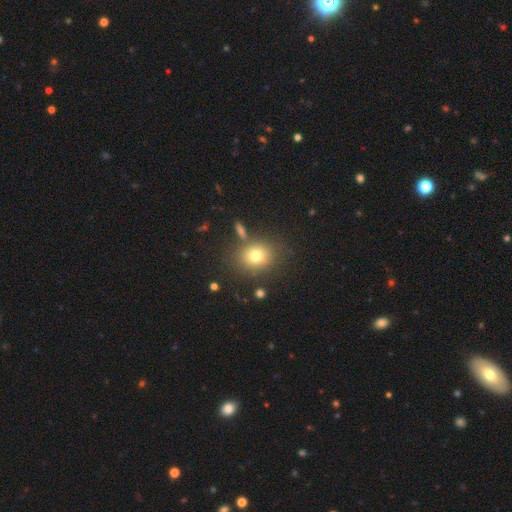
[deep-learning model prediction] Morphology: type=smooth (76%); roundness=round (71%); merging=none (77%).